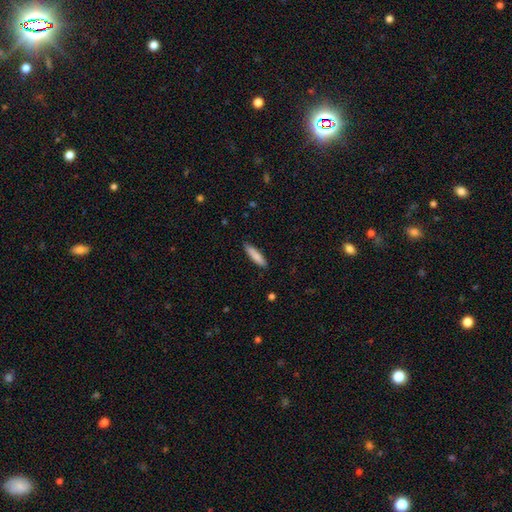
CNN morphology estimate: type=smooth (83%); roundness=cigar-shaped (78%); merging=none (88%).